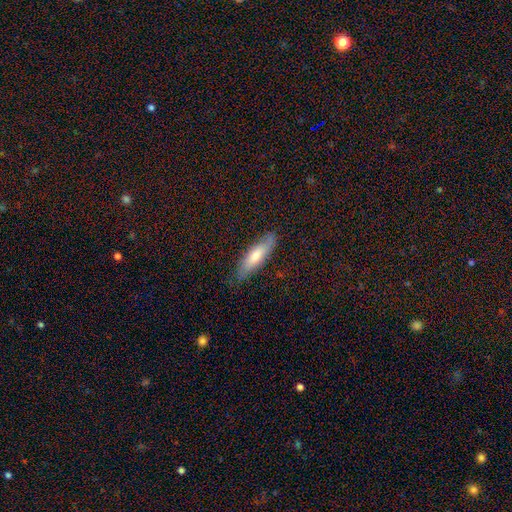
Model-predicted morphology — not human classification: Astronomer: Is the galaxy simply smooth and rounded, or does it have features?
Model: smooth — 64%.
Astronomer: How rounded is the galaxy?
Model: cigar-shaped — 61% (runner-up: in between, 38%).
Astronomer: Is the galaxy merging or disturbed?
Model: none — 80%.